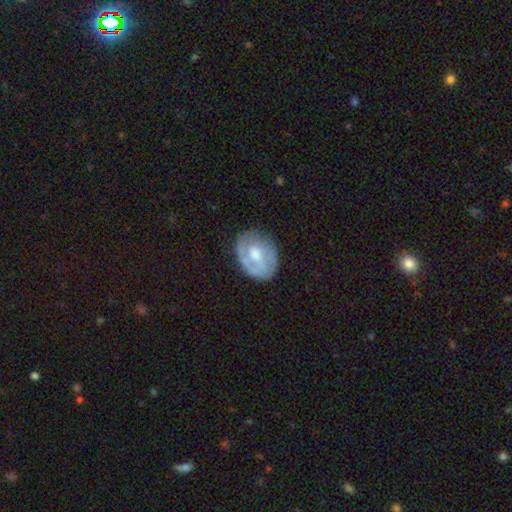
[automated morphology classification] Smooth or featured: featured or disk — 59% (smooth — 36%)
Edge-on disk: no — 96% (yes — 4%)
Bar: no — 53% (weak — 37%)
Spiral arms: yes — 66% (no — 34%)
Bulge size: moderate — 55% (small — 19%)
Merging: none — 69% (minor disturbance — 20%)